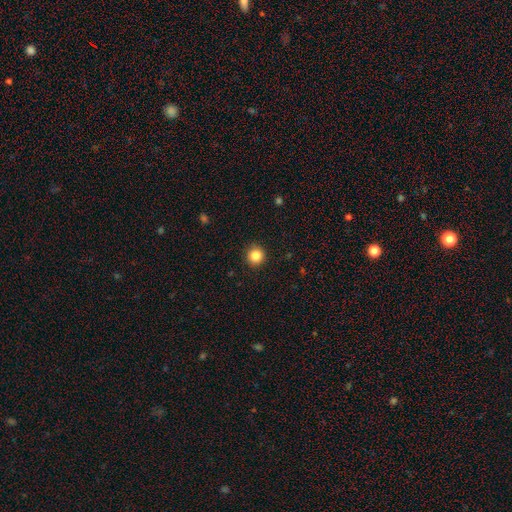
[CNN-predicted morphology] Overall: smooth (85%). How rounded: round (94%). Merging: none (91%).